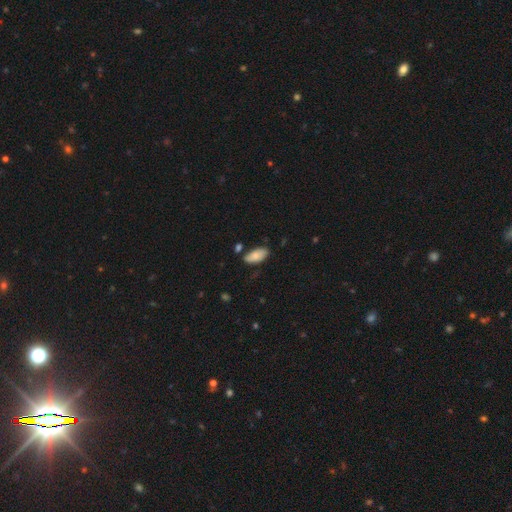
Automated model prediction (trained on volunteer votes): Q: Smooth or featured?
A: smooth (83%); runner-up: featured or disk (10%)
Q: How rounded?
A: in between (92%); runner-up: cigar-shaped (6%)
Q: Merging?
A: none (76%); runner-up: minor disturbance (17%)